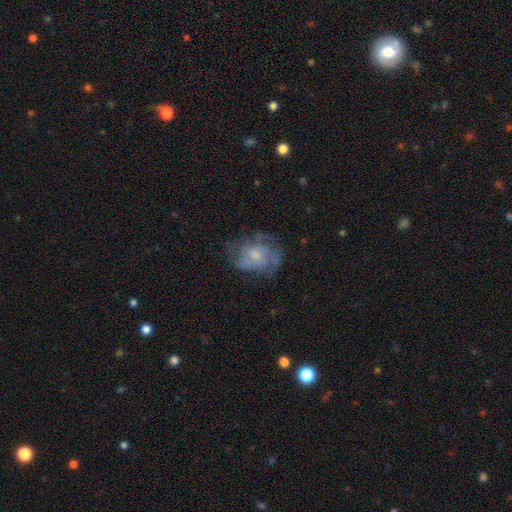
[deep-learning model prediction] Smooth or featured: featured or disk — 67% (smooth — 25%)
Edge-on disk: no — 98% (yes — 2%)
Bar: no — 68% (weak — 28%)
Spiral arms: yes — 73% (no — 27%)
Bulge size: small — 52% (moderate — 34%)
Merging: none — 55% (minor disturbance — 23%)